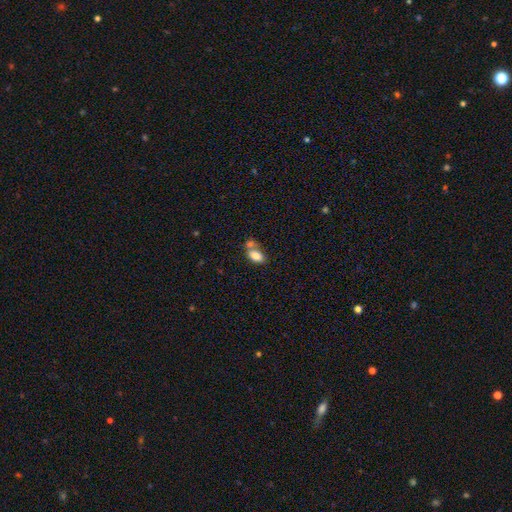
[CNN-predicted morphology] Q: Smooth or featured?
A: smooth (82%); runner-up: featured or disk (9%)
Q: How rounded?
A: in between (90%); runner-up: round (8%)
Q: Merging?
A: merger (44%); runner-up: none (39%)